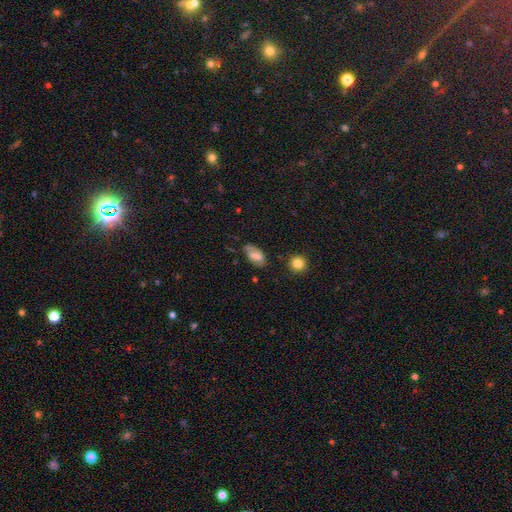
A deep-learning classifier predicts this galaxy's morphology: type=smooth (65%); roundness=in between (90%); merging=none (59%).